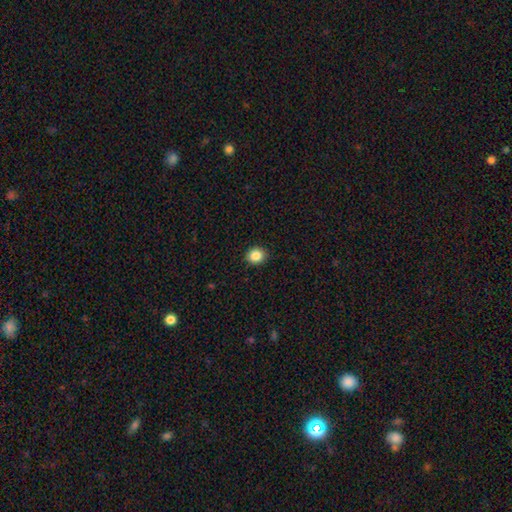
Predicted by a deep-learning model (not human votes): This appears to be a smooth galaxy with no disk features (86%) that is round (75%). Merging: none (91%).